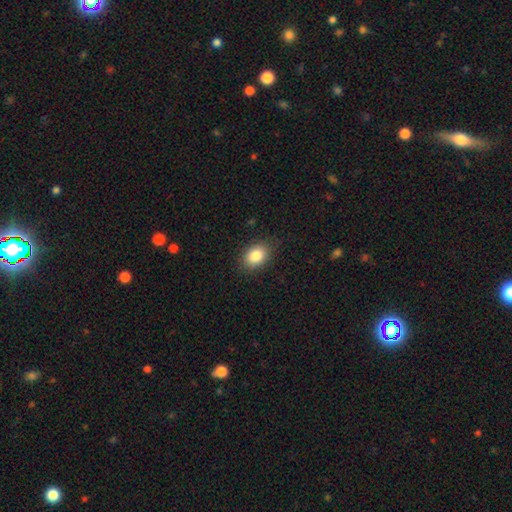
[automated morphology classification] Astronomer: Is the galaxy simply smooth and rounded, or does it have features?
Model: smooth — 85%.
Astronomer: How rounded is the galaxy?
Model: in between — 79%.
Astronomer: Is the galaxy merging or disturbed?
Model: none — 84%.